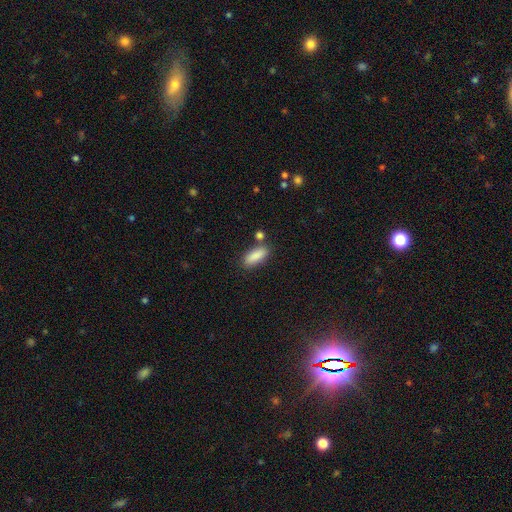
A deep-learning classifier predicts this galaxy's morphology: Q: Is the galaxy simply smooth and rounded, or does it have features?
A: smooth — 88%.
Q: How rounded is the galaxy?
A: in between — 70%.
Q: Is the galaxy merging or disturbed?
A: none — 76%.